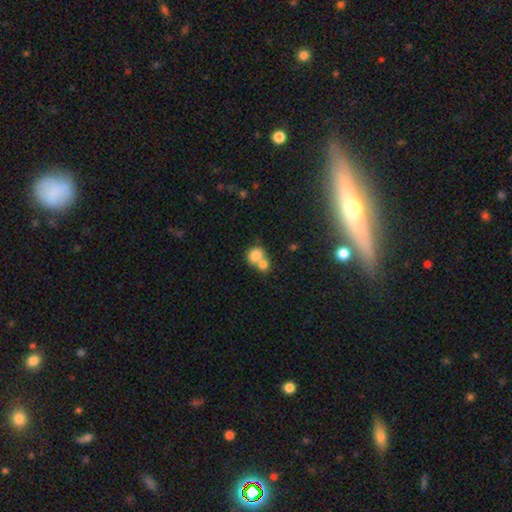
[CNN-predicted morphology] smooth-or-featured: smooth: 78% | featured or disk: 12% | star or artifact: 10%
  how-rounded: round: 65% | in between: 34% | cigar-shaped: 1%
  merging: merger: 62% | none: 28% | minor disturbance: 7% | major disturbance: 3%